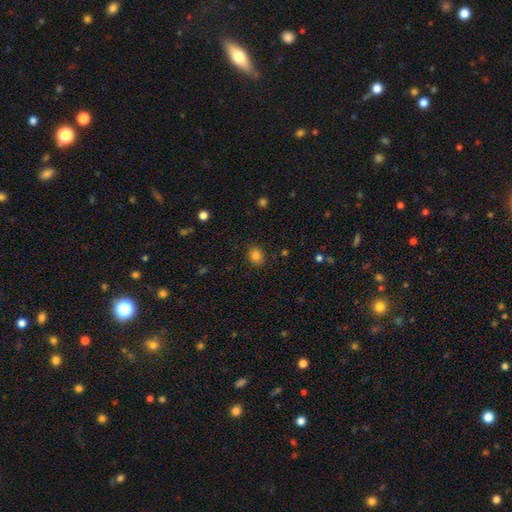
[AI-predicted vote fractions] smooth 83%, star or artifact 11%, featured or disk 6%. Down the decision tree: how rounded — round (69%); merging — none (88%).